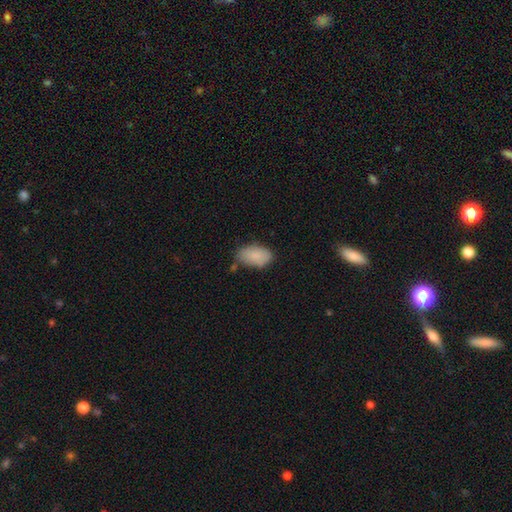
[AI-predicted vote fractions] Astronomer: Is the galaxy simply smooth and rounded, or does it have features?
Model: smooth — 87%.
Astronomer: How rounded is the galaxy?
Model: in between — 94%.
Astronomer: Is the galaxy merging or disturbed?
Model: none — 69%.